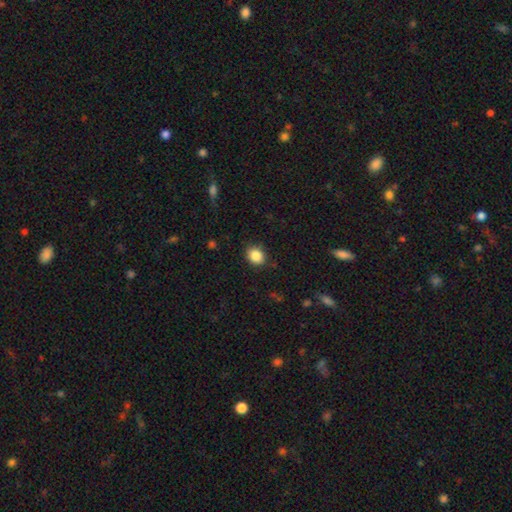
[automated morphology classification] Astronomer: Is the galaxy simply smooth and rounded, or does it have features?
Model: smooth — 87%.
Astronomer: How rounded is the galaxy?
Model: round — 58% (runner-up: in between, 41%).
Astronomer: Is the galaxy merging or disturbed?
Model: none — 85%.